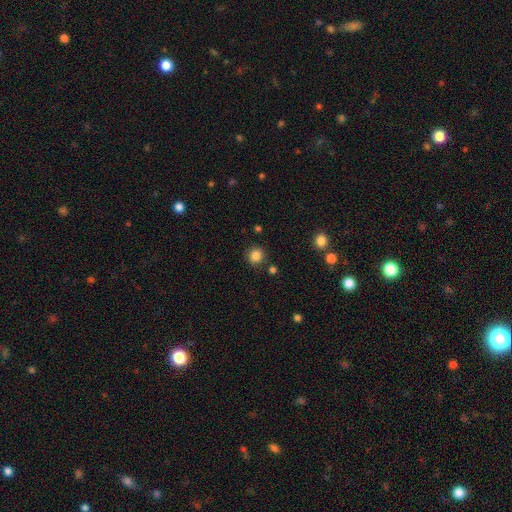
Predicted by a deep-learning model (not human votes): smooth_or_featured: smooth (p=0.85) [alt: star or artifact p=0.12]
how_rounded: round (p=0.89) [alt: in between p=0.10]
merging: none (p=0.87) [alt: minor disturbance p=0.08]